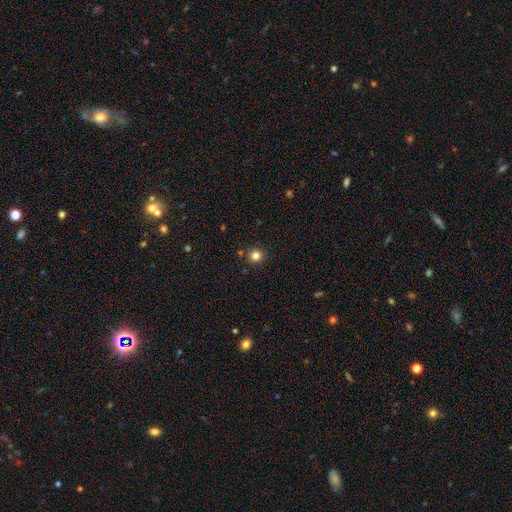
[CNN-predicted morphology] The model was most divided on "smooth or featured": smooth: 81%, star or artifact: 14%, featured or disk: 5%. More confident: how rounded — round (93%); merging — none (90%).